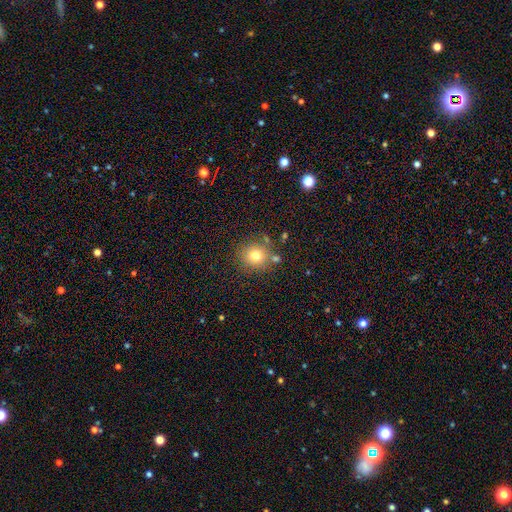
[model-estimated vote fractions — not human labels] A smooth galaxy with no disk features (76%) that is round (88%). Merging: none (77%).